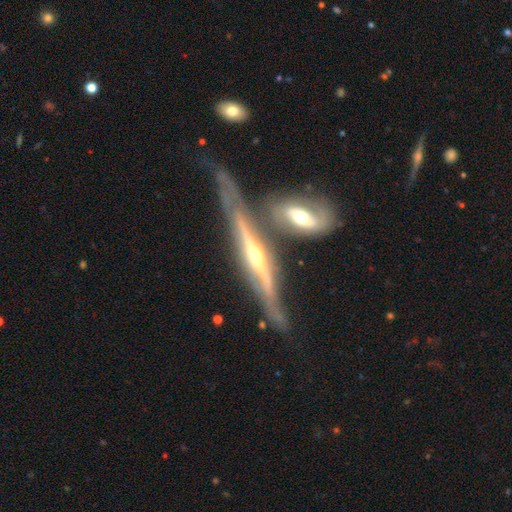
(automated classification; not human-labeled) Morphology: type=featured or disk (86%); edge-on=yes (89%); edge-on bulge=rounded (84%); merging=none (48%).